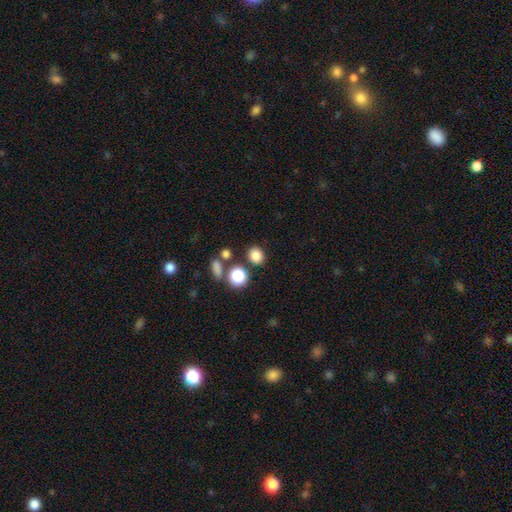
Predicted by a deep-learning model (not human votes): smooth-or-featured: smooth: 83% | star or artifact: 13% | featured or disk: 5%
  how-rounded: round: 61% | in between: 38% | cigar-shaped: 1%
  merging: none: 78% | merger: 10% | minor disturbance: 9% | major disturbance: 4%